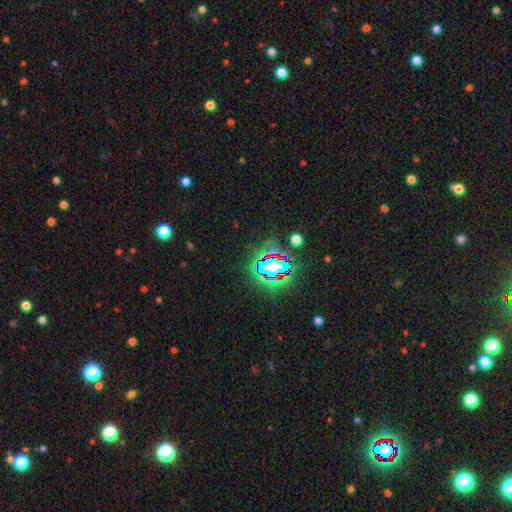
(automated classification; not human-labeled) A star or artifact, not a galaxy (79%).

Vote fractions:
- Smooth or featured? star or artifact: 79% / smooth: 13% / featured or disk: 8%